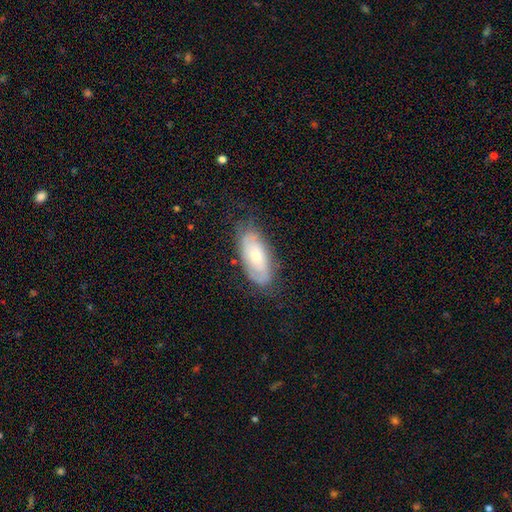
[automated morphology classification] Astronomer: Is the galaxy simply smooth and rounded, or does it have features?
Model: featured or disk — 54% (runner-up: smooth, 39%).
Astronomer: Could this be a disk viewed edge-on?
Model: no — 88%.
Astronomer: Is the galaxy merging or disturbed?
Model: none — 69%.